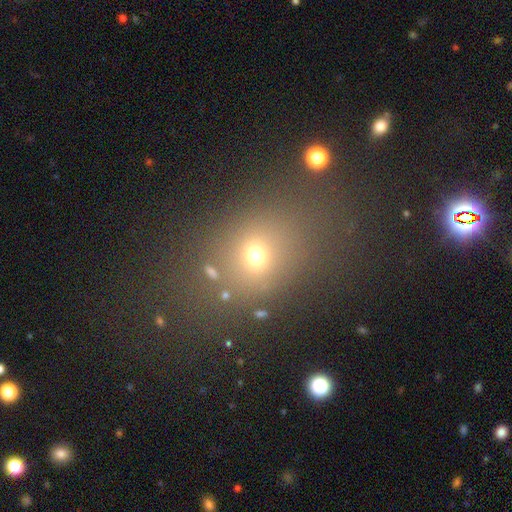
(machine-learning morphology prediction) This appears to be a smooth galaxy with no disk features (65%) that is round (51%). Merging: none (68%).